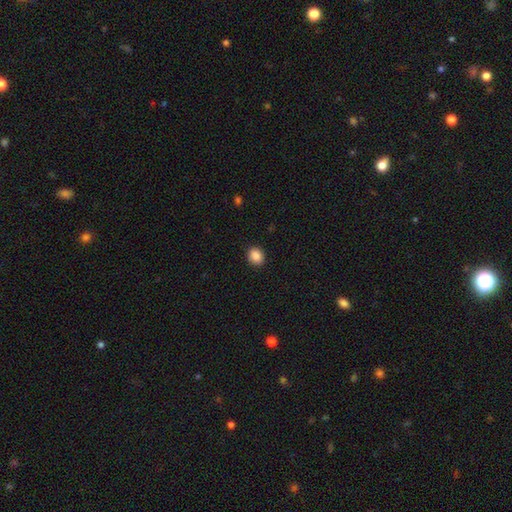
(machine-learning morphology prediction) smooth-or-featured: smooth: 88% | star or artifact: 9% | featured or disk: 3%
  how-rounded: round: 61% | in between: 38% | cigar-shaped: 1%
  merging: none: 91% | minor disturbance: 6% | major disturbance: 2% | merger: 1%